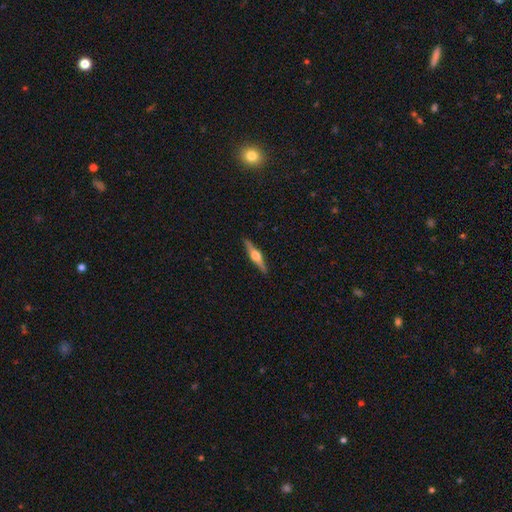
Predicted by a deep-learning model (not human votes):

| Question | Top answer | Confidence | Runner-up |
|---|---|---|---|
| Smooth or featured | featured or disk | 71% | smooth (24%) |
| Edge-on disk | yes | 98% | no (2%) |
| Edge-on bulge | rounded | 93% | boxy (5%) |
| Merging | none | 91% | minor disturbance (6%) |